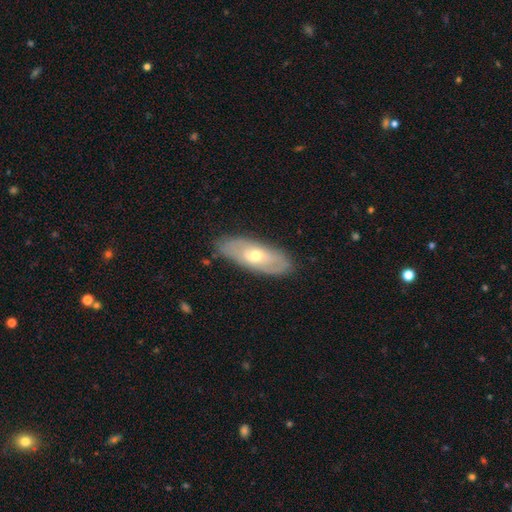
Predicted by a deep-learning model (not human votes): The model was most divided on "smooth or featured": featured or disk: 57%, smooth: 37%, star or artifact: 6%. More confident: merging — none (80%); edge-on disk — no (79%).